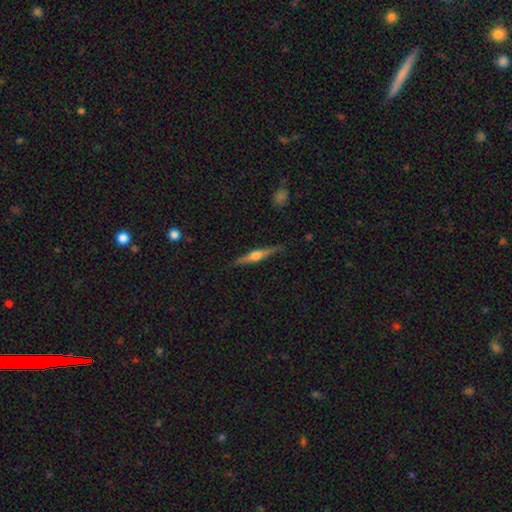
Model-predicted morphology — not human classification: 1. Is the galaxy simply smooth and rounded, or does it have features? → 68% featured or disk, 26% smooth, 6% star or artifact.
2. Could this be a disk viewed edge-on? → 98% yes, 2% no.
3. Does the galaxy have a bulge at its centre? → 90% rounded, 6% boxy, 4% none.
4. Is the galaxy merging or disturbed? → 88% none, 9% minor disturbance, 2% major disturbance, 1% merger.